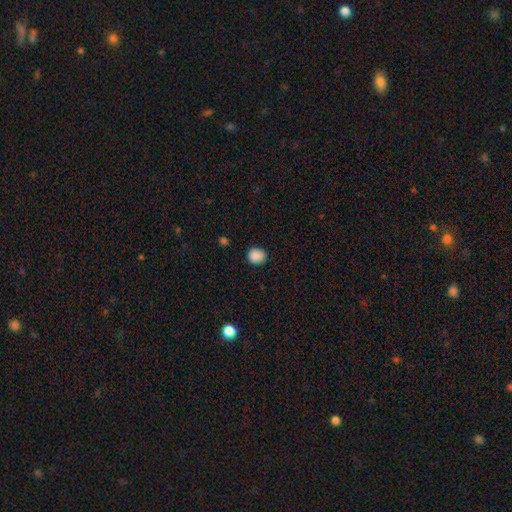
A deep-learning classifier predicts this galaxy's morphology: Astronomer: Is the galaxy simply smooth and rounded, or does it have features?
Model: smooth — 88%.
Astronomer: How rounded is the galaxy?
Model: round — 77%.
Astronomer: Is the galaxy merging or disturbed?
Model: none — 84%.